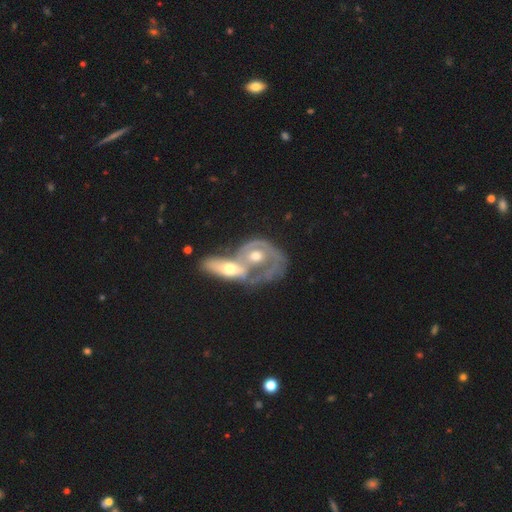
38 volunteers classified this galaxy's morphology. Smooth or featured? 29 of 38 (76%) said featured or disk. Edge-on disk? 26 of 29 (90%) said no. Bar? 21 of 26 (81%) said no. Spiral arms? 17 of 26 (65%) said no. Bulge size? 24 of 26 (92%) said moderate. Merging? 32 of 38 (84%) said merger.